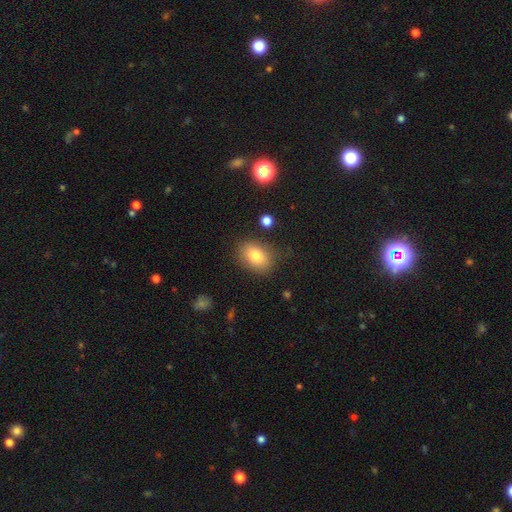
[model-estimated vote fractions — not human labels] A smooth galaxy with no disk features (80%) that is in between round and cigar-shaped (79%). Merging: none (80%).